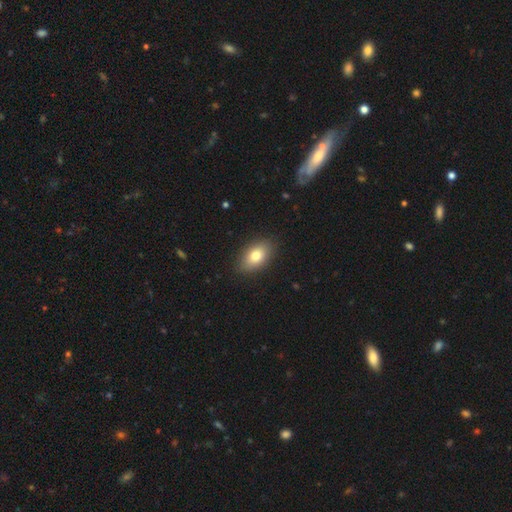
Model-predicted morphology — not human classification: Smooth or featured?
  - smooth: 78% *
  - featured or disk: 14%
  - star or artifact: 8%
How rounded?
  - in between: 89% *
  - round: 8%
  - cigar-shaped: 2%
Merging?
  - none: 86% *
  - minor disturbance: 10%
  - major disturbance: 2%
  - merger: 1%